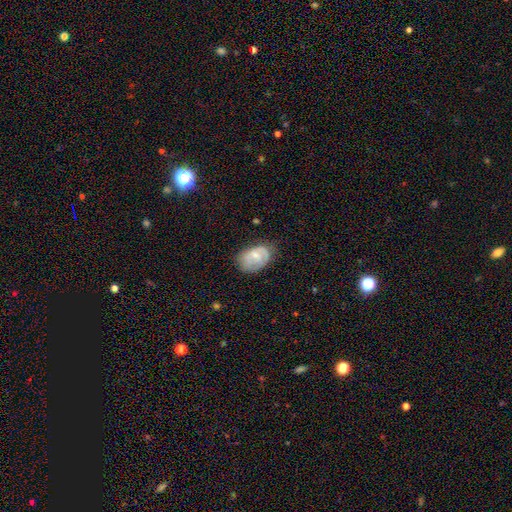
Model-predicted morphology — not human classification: Smooth or featured? Predicted: smooth (p=0.47). Merging? Predicted: none (p=0.59).